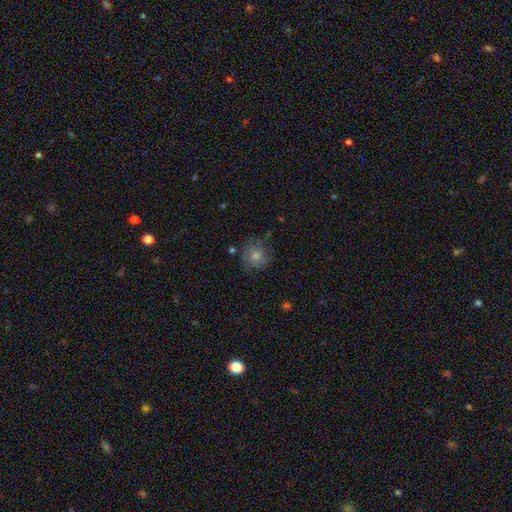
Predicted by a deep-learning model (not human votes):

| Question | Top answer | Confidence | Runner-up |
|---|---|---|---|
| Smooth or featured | smooth | 49% | featured or disk (31%) |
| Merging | none | 78% | minor disturbance (14%) |